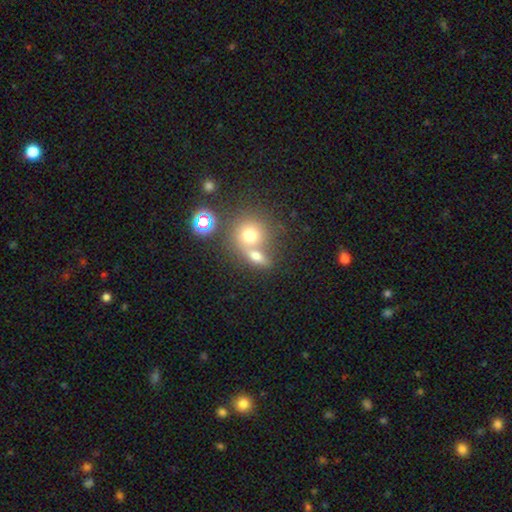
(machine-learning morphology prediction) The model was most divided on "how rounded": round: 50%, in between: 44%, cigar-shaped: 6%. Remaining: smooth or featured — smooth (65%); merging — merger (48%).